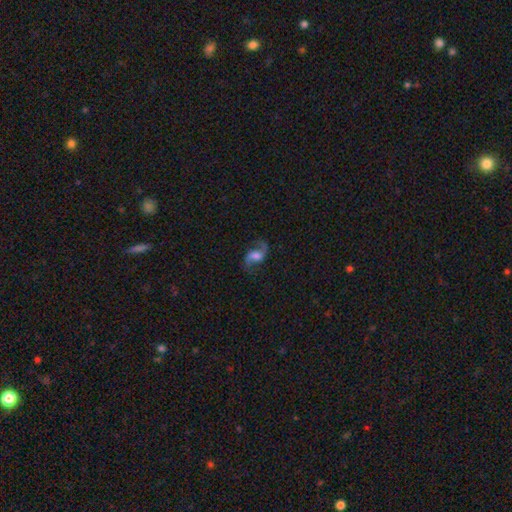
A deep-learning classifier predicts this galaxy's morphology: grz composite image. It shows a featured or disk galaxy (82%) with a weak bar (47%), 2 (92%) loose (69%) spiral arms (96%) and a moderate central bulge (40%). Merging: none (77%).